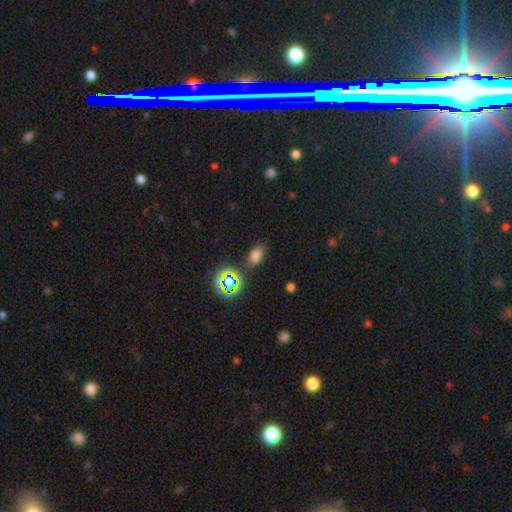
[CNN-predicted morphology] Overall: smooth (69%). How rounded: in between (85%). Merging: none (80%).